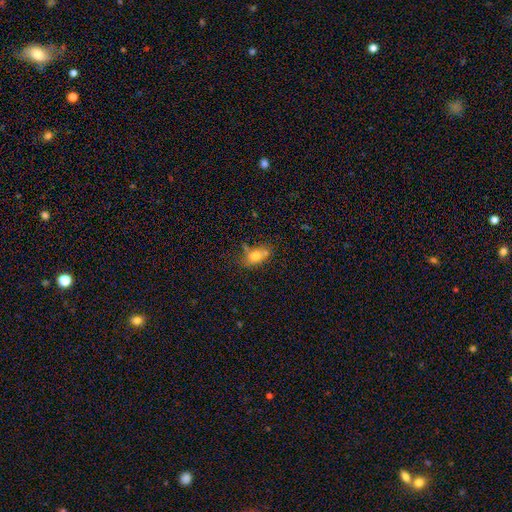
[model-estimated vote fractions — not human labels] Q: Smooth or featured?
A: smooth (74%); runner-up: featured or disk (15%)
Q: How rounded?
A: in between (75%); runner-up: round (20%)
Q: Merging?
A: none (53%); runner-up: minor disturbance (22%)